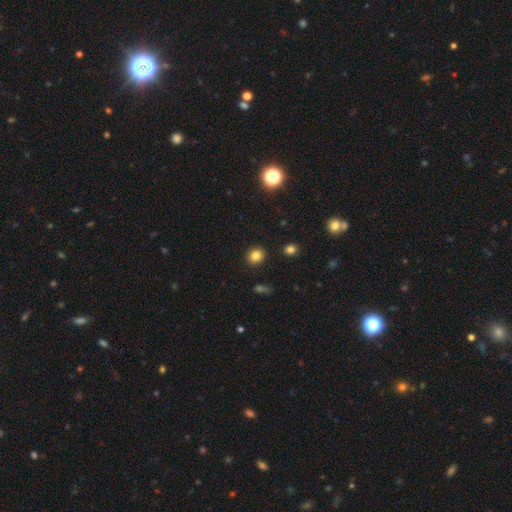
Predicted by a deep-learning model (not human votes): smooth_or_featured: smooth (p=0.82) [alt: star or artifact p=0.12]
how_rounded: round (p=0.77) [alt: in between p=0.22]
merging: none (p=0.90) [alt: minor disturbance p=0.06]